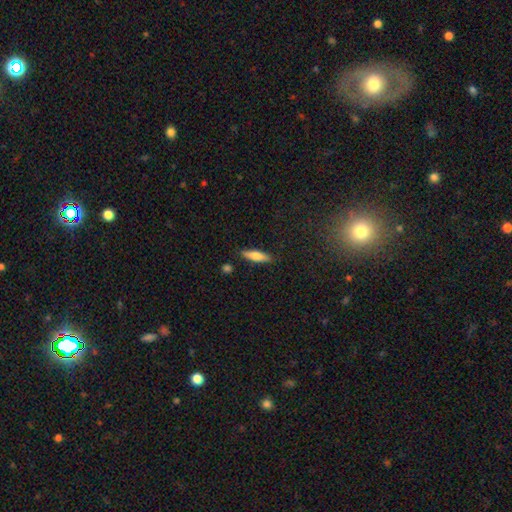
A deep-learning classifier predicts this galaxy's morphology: Q: Smooth or featured?
A: smooth (69%); runner-up: featured or disk (25%)
Q: How rounded?
A: cigar-shaped (66%); runner-up: in between (32%)
Q: Merging?
A: none (87%); runner-up: minor disturbance (9%)